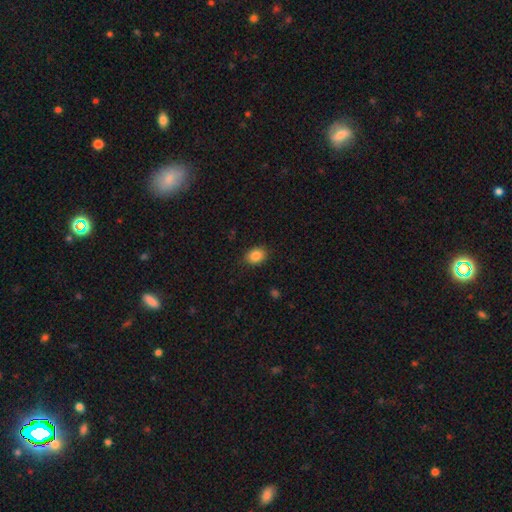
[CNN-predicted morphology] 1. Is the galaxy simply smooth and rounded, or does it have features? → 86% smooth, 9% star or artifact, 5% featured or disk.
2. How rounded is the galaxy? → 64% in between, 35% round, 1% cigar-shaped.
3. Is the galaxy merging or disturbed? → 87% none, 10% minor disturbance, 2% major disturbance, 1% merger.